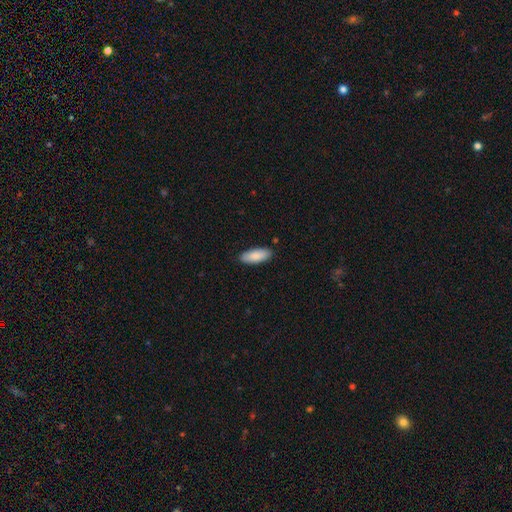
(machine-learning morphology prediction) Smooth or featured?
  - smooth: 88% *
  - featured or disk: 6%
  - star or artifact: 5%
How rounded?
  - in between: 77% *
  - cigar-shaped: 21%
  - round: 2%
Merging?
  - none: 88% *
  - minor disturbance: 9%
  - major disturbance: 2%
  - merger: 1%